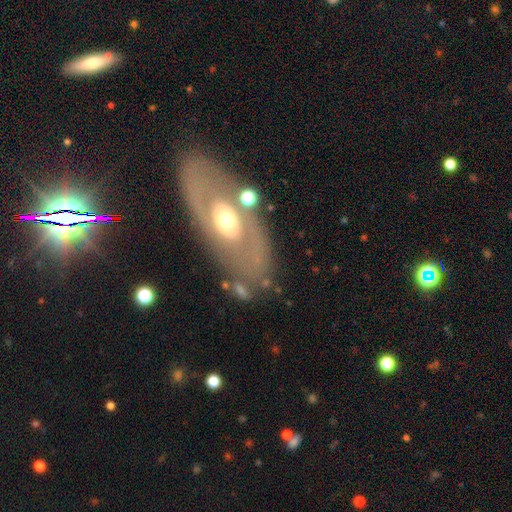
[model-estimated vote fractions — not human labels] Smooth or featured? Predicted: featured or disk (p=0.72). Edge-on disk? Predicted: no (p=0.89). Bar? Predicted: no (p=0.78). Spiral arms? Predicted: no (p=0.57). Bulge size? Predicted: moderate (p=0.64). Merging? Predicted: none (p=0.79).